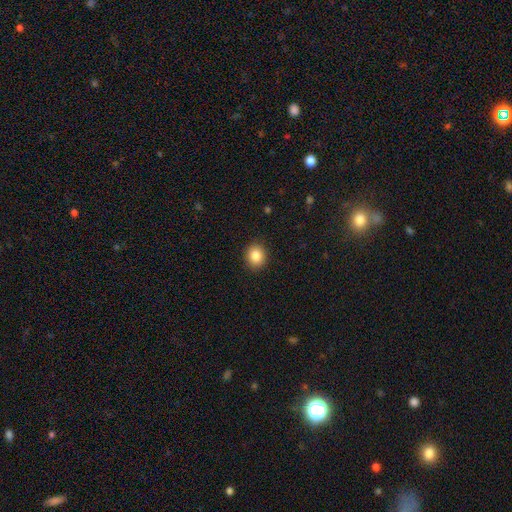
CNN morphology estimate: This appears to be a smooth galaxy with no disk features (86%) that is round (73%). Merging: none (91%).